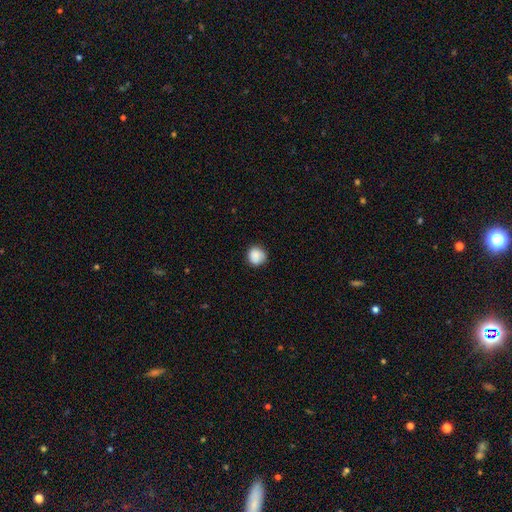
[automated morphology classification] Smooth or featured? smooth (87%)
How rounded? round (91%)
Merging? none (82%)